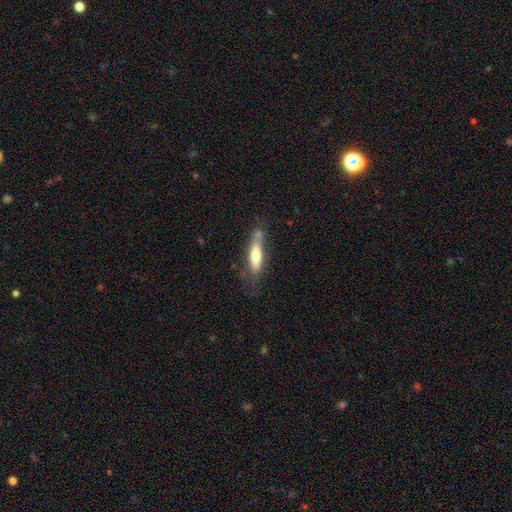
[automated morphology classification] Smooth or featured? smooth (62%)
How rounded? cigar-shaped (71%)
Merging? none (55%)